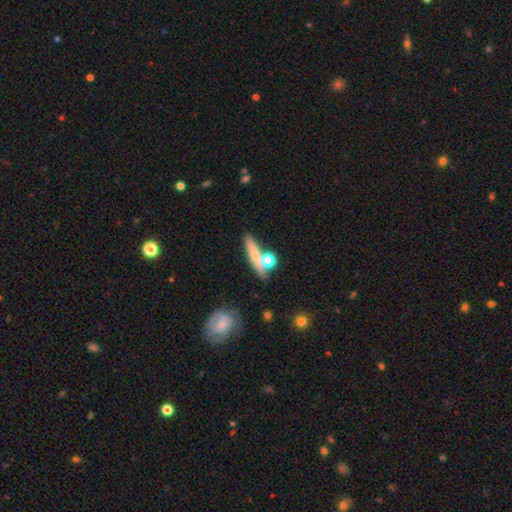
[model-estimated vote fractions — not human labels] Q: Smooth or featured?
A: smooth (67%); runner-up: featured or disk (23%)
Q: How rounded?
A: cigar-shaped (62%); runner-up: in between (22%)
Q: Merging?
A: none (58%); runner-up: merger (22%)